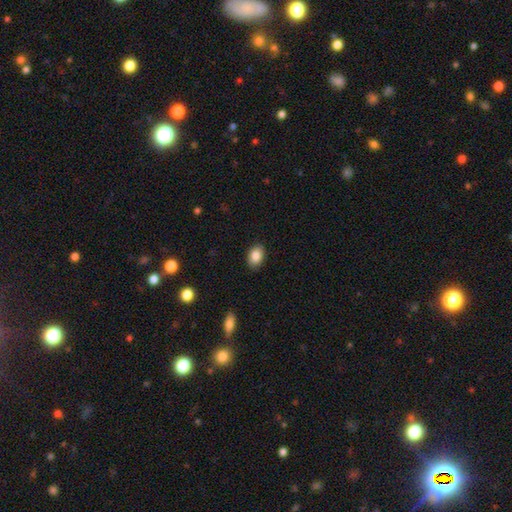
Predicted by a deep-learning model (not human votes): smooth 86%, star or artifact 8%, featured or disk 6%. Down the decision tree: how rounded — in between (81%); merging — none (87%).